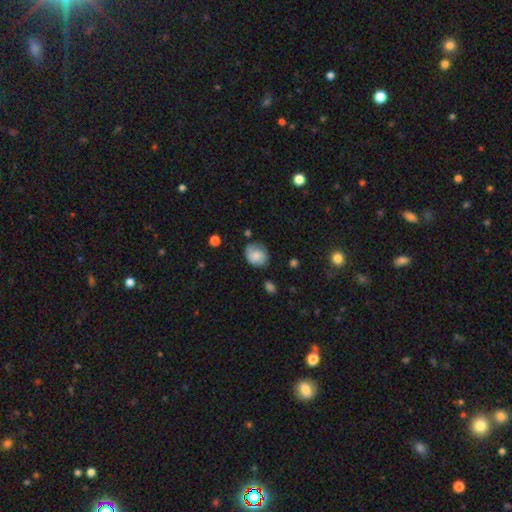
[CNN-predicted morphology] smooth_or_featured: smooth (p=0.69) [alt: featured or disk p=0.23]
how_rounded: round (p=0.61) [alt: in between p=0.38]
merging: none (p=0.64) [alt: minor disturbance p=0.26]